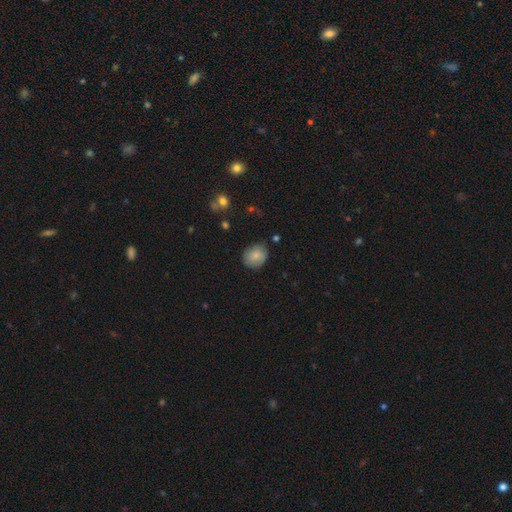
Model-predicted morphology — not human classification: Smooth or featured? Predicted: smooth (p=0.78). How rounded? Predicted: round (p=0.64). Merging? Predicted: none (p=0.76).